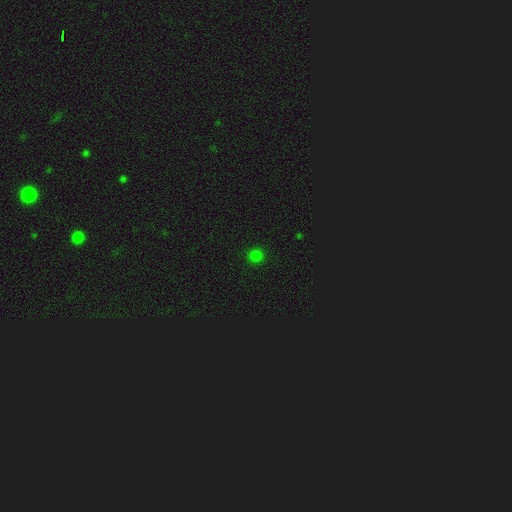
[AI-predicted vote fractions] Smooth or featured? smooth (78%)
How rounded? round (94%)
Merging? none (92%)